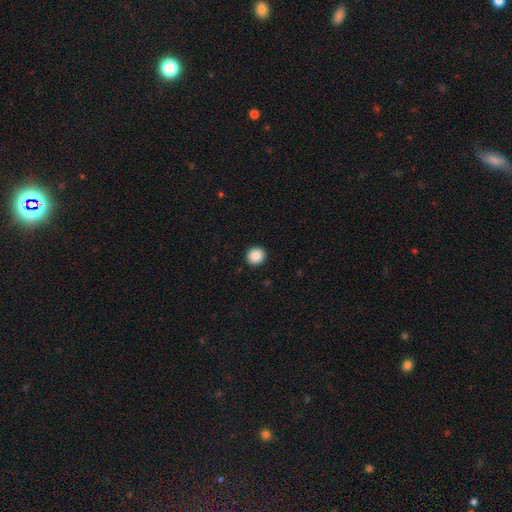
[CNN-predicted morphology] This is clearly a smooth galaxy (87%). How rounded: clearly round (89%). Merging: clearly none (93%).